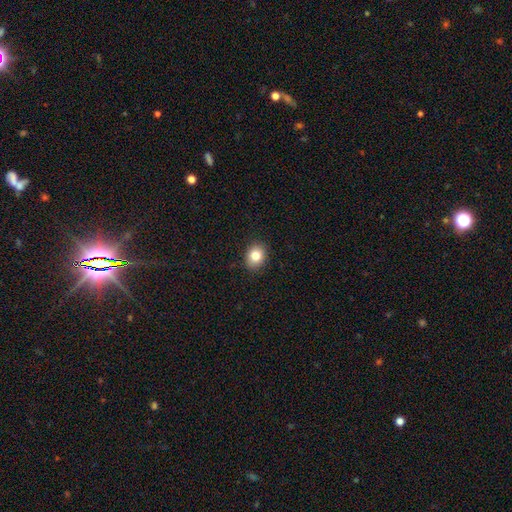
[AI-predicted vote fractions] A smooth galaxy with no disk features (82%) that is round (54%).

Vote fractions:
- Smooth or featured? smooth: 82% / star or artifact: 10% / featured or disk: 8%
- How rounded? round: 54% / in between: 45% / cigar-shaped: 1%
- Merging? none: 89% / minor disturbance: 8% / major disturbance: 2% / merger: 1%